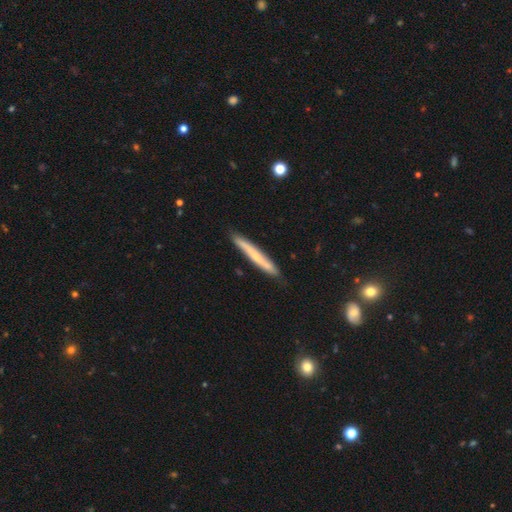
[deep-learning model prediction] This is possibly a smooth galaxy (54%). How rounded: clearly cigar-shaped (96%). Merging: clearly none (84%).